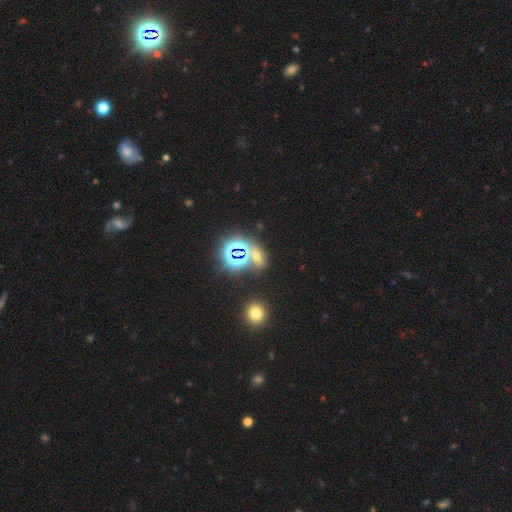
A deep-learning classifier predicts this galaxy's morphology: A star or artifact, not a galaxy (58%).

Vote fractions:
- Smooth or featured? star or artifact: 58% / smooth: 33% / featured or disk: 10%